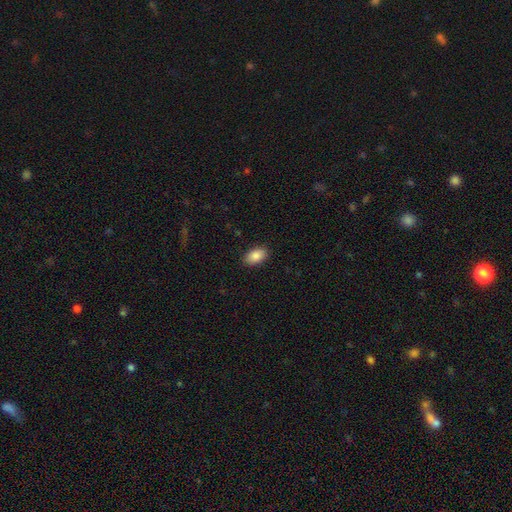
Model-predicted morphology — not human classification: smooth_or_featured: smooth (p=0.88) [alt: star or artifact p=0.07]
how_rounded: in between (p=0.92) [alt: round p=0.06]
merging: none (p=0.89) [alt: minor disturbance p=0.08]